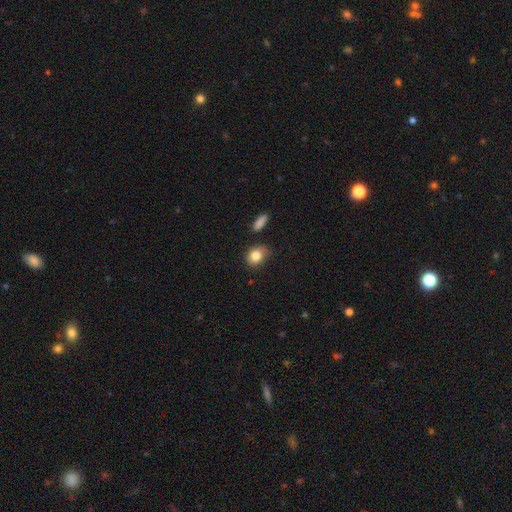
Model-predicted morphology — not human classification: The model was most divided on "how rounded": in between: 51%, round: 47%, cigar-shaped: 1%. More confident: smooth or featured — smooth (83%); merging — none (66%).